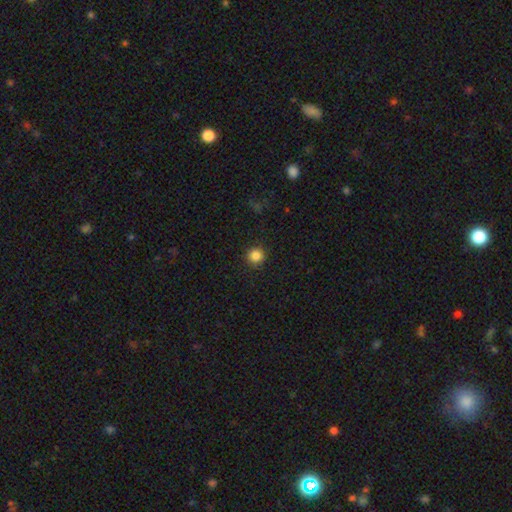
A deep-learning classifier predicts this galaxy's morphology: A smooth galaxy with no disk features (85%) that is round (94%). Merging: none (92%).